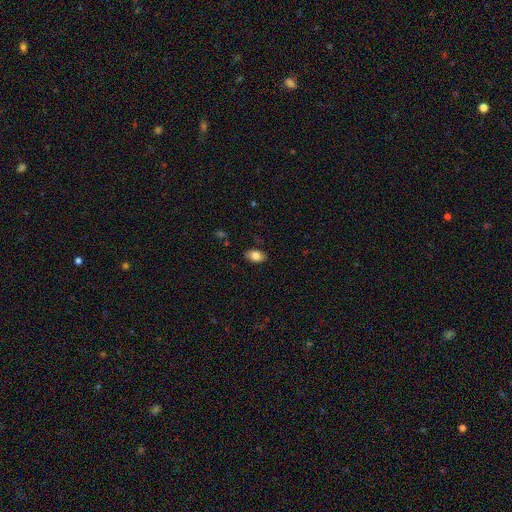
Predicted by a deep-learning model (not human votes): Overall: smooth (81%). How rounded: in between (90%). Merging: none (84%).